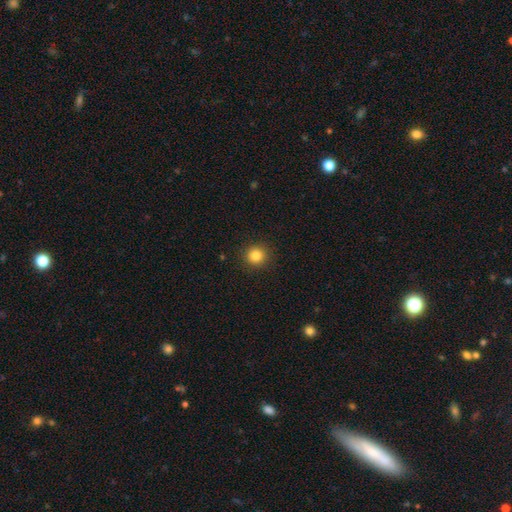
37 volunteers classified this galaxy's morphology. This appears to be a smooth galaxy with no disk features (84%) that is round (97%). Merging: none (97%).